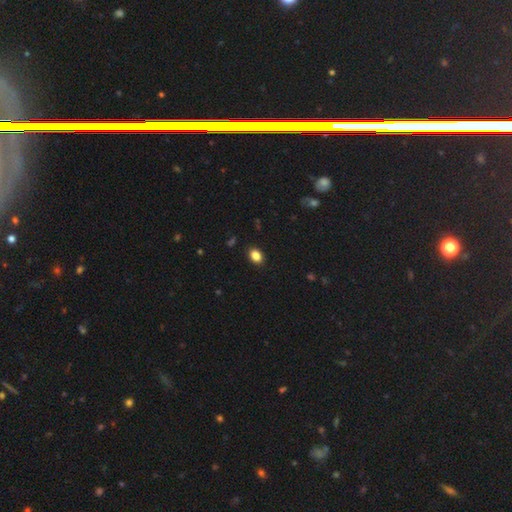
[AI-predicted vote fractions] This is clearly a smooth galaxy (86%). How rounded: likely in between (68%). Merging: clearly none (90%).